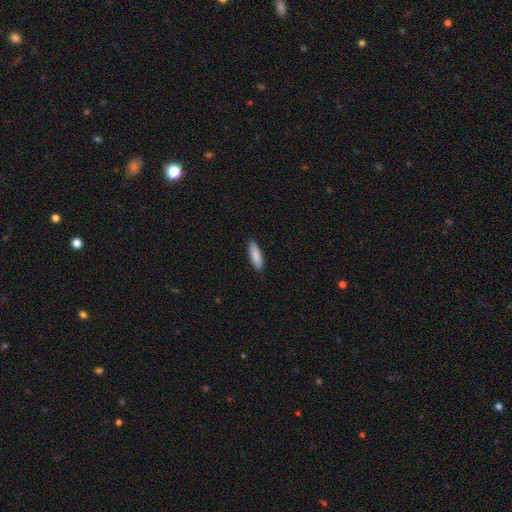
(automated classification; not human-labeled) Smooth or featured?
  - smooth: 88% *
  - featured or disk: 7%
  - star or artifact: 6%
How rounded?
  - cigar-shaped: 56% *
  - in between: 42%
  - round: 1%
Merging?
  - none: 88% *
  - minor disturbance: 9%
  - major disturbance: 2%
  - merger: 1%